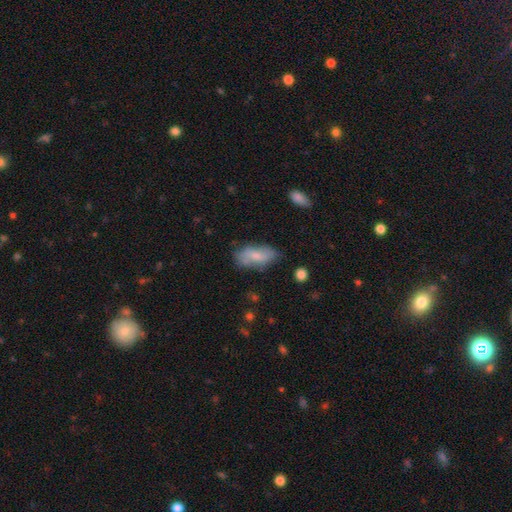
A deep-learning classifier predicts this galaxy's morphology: A smooth galaxy with no disk features (69%) that is in between round and cigar-shaped (85%). Merging: none (63%).